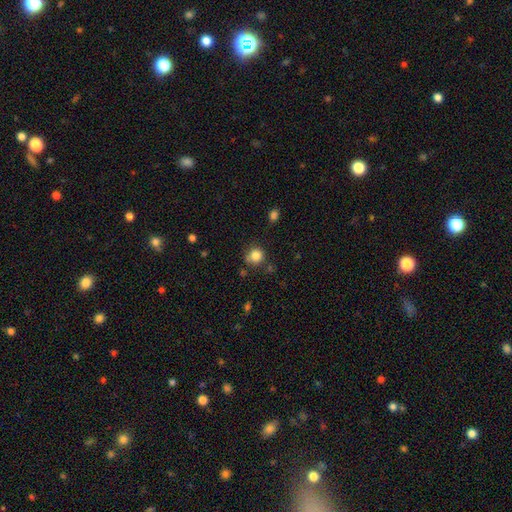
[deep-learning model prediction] Smooth or featured?
  - smooth: 83% *
  - star or artifact: 11%
  - featured or disk: 5%
How rounded?
  - round: 87% *
  - in between: 12%
  - cigar-shaped: 1%
Merging?
  - none: 73% *
  - minor disturbance: 18%
  - merger: 5%
  - major disturbance: 5%